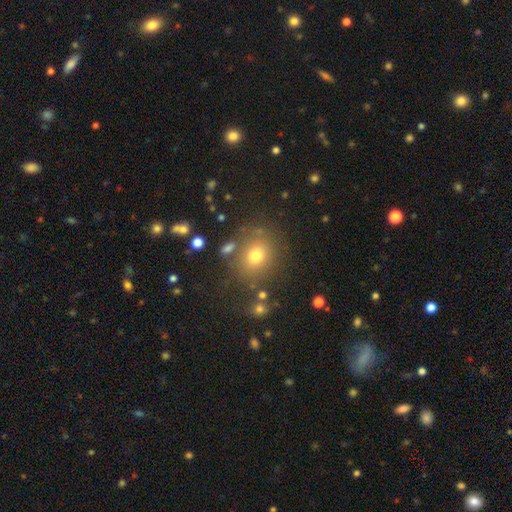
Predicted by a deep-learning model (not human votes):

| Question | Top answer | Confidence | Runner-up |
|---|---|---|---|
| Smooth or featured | smooth | 71% | star or artifact (18%) |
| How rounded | round | 71% | in between (28%) |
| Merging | none | 78% | minor disturbance (11%) |